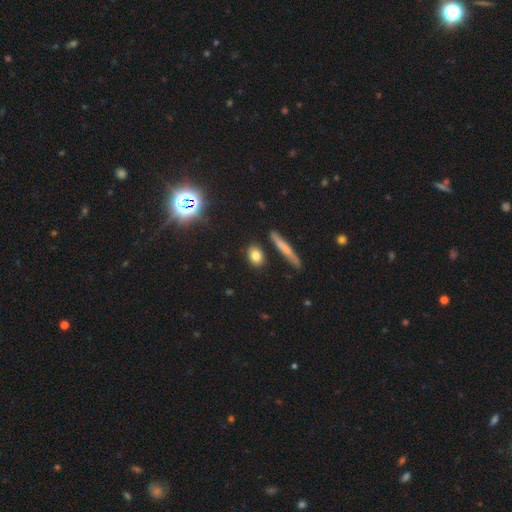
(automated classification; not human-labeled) smooth 79%, featured or disk 10%, star or artifact 10%. Down the decision tree: how rounded — in between (57%); merging — none (83%).